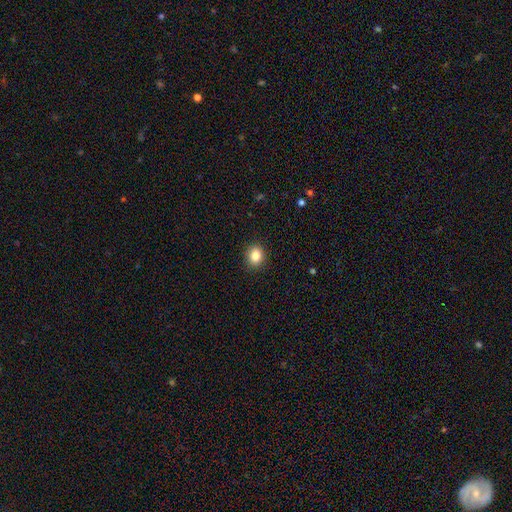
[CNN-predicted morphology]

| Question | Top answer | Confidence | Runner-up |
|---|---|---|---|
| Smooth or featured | smooth | 84% | star or artifact (10%) |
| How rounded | round | 67% | in between (32%) |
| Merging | none | 91% | minor disturbance (6%) |